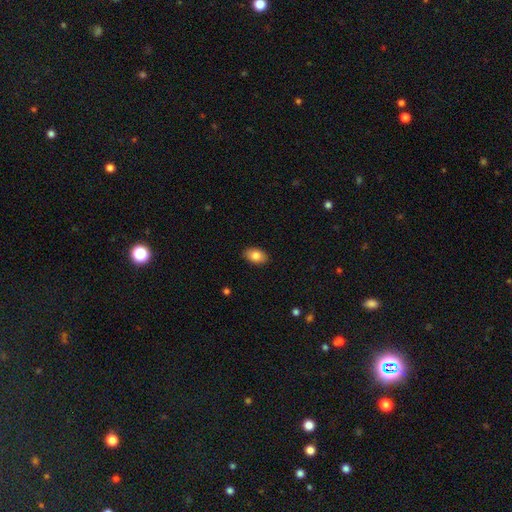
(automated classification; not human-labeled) Smooth or featured: smooth — 84% (featured or disk — 9%)
How rounded: in between — 88% (round — 11%)
Merging: none — 88% (minor disturbance — 9%)